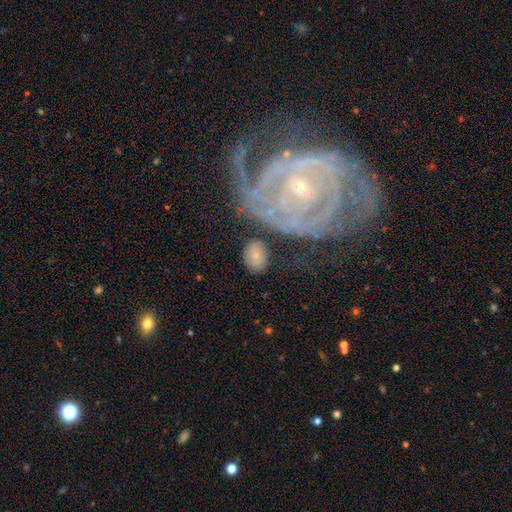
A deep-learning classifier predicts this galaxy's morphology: smooth-or-featured: smooth: 71% | featured or disk: 21% | star or artifact: 8%
  how-rounded: in between: 63% | round: 35% | cigar-shaped: 2%
  merging: none: 74% | minor disturbance: 14% | major disturbance: 6% | merger: 5%